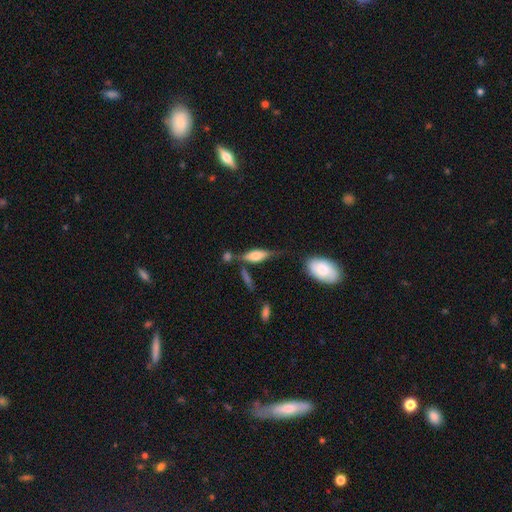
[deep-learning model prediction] Q: Smooth or featured?
A: smooth (54%); runner-up: featured or disk (39%)
Q: How rounded?
A: in between (58%); runner-up: cigar-shaped (39%)
Q: Merging?
A: none (56%); runner-up: minor disturbance (23%)